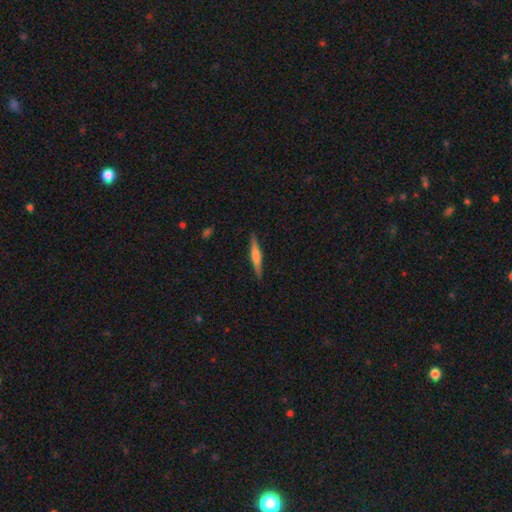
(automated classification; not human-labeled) A featured or disk galaxy (55%) viewed edge-on (97%) with a rounded central bulge (64%).

Vote fractions:
- Smooth or featured? featured or disk: 55% / smooth: 39% / star or artifact: 6%
- Edge-on disk? yes: 97% / no: 3%
- Edge-on bulge? rounded: 64% / boxy: 19% / none: 17%
- Merging? none: 91% / minor disturbance: 7% / major disturbance: 1% / merger: 1%